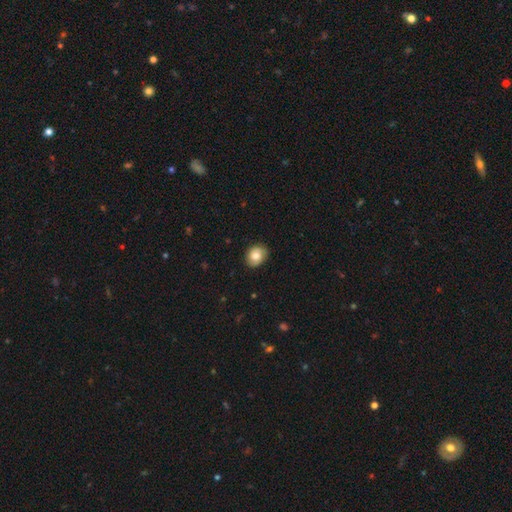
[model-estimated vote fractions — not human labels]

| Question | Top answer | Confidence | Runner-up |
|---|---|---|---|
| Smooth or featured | smooth | 79% | featured or disk (13%) |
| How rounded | in between | 51% | round (48%) |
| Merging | none | 84% | minor disturbance (13%) |